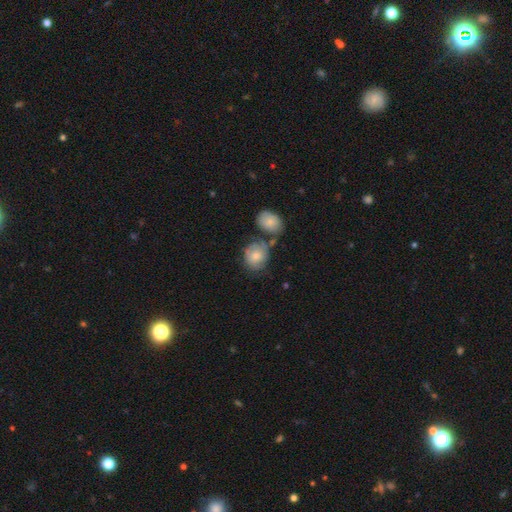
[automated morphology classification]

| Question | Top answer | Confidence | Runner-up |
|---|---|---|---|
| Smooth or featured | smooth | 56% | featured or disk (37%) |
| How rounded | round | 68% | in between (31%) |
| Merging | none | 47% | merger (23%) |